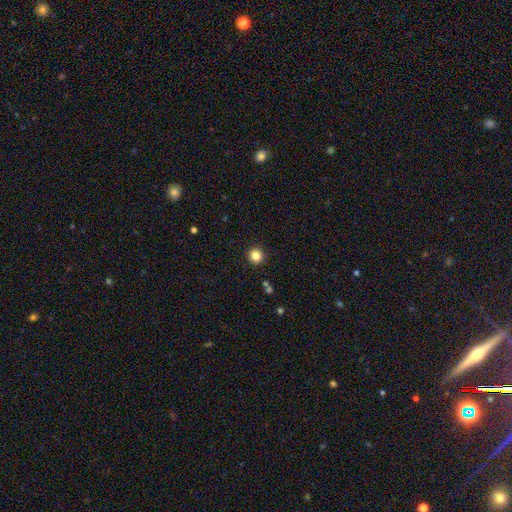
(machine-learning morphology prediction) smooth 84%, star or artifact 12%, featured or disk 4%. Down the decision tree: how rounded — round (95%); merging — none (93%).